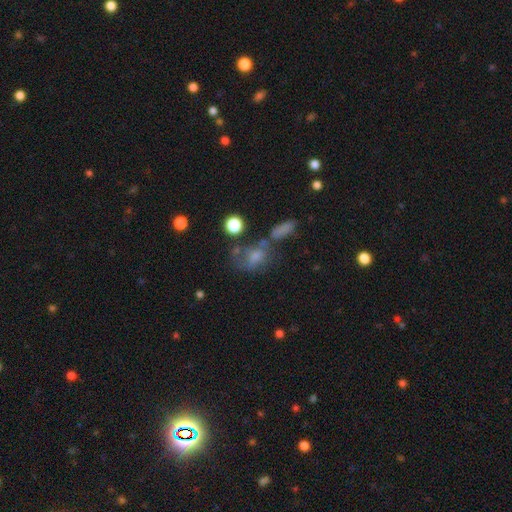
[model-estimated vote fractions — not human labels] A smooth galaxy with no disk features (53%) that is in between round and cigar-shaped (66%). Merging: none (35%).